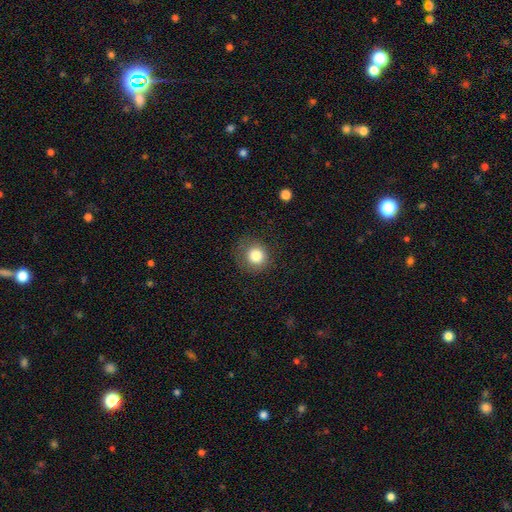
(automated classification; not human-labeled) This appears to be a smooth galaxy with no disk features (82%) that is round (88%). Merging: none (74%).